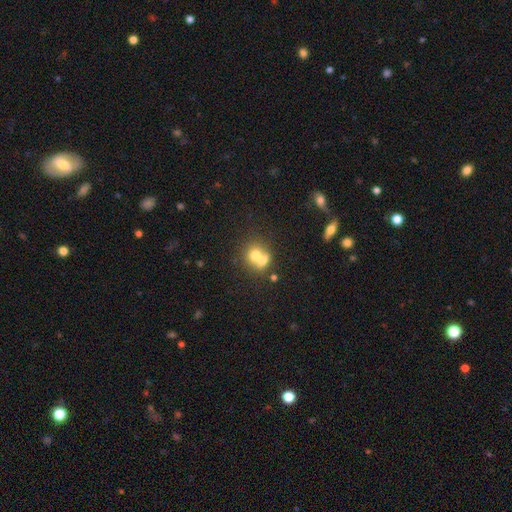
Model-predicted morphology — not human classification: Q: Smooth or featured?
A: smooth (69%); runner-up: featured or disk (20%)
Q: How rounded?
A: round (74%); runner-up: in between (25%)
Q: Merging?
A: merger (62%); runner-up: none (29%)